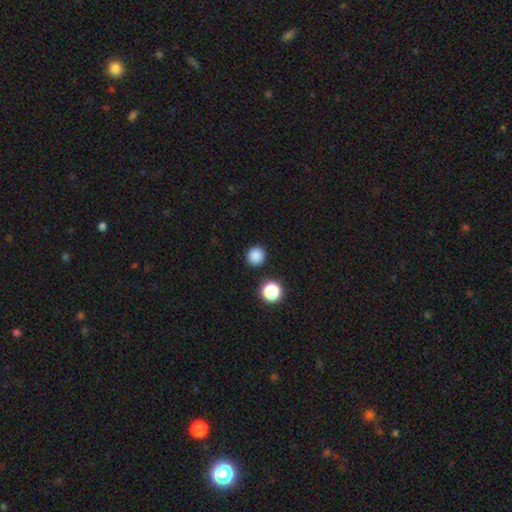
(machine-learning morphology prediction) This is clearly a smooth galaxy (85%). How rounded: clearly round (94%). Merging: clearly none (90%).